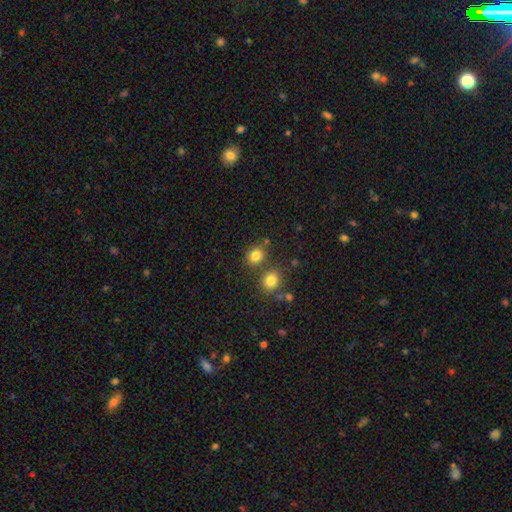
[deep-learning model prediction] Q: Smooth or featured?
A: smooth (81%); runner-up: star or artifact (13%)
Q: How rounded?
A: round (69%); runner-up: in between (30%)
Q: Merging?
A: none (69%); runner-up: merger (18%)